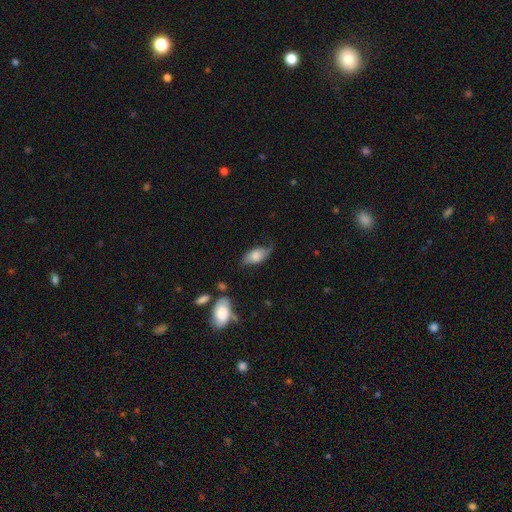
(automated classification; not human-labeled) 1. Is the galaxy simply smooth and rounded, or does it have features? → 63% smooth, 30% featured or disk, 7% star or artifact.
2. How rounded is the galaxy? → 90% in between, 5% cigar-shaped, 4% round.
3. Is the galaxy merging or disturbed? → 50% none, 34% minor disturbance, 14% major disturbance, 3% merger.